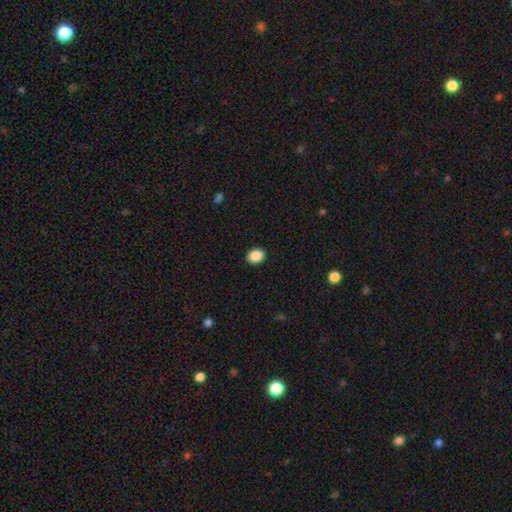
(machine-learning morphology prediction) A smooth galaxy with no disk features (89%) that is in between round and cigar-shaped (56%).

Vote fractions:
- Smooth or featured? smooth: 89% / star or artifact: 8% / featured or disk: 3%
- How rounded? in between: 56% / round: 43% / cigar-shaped: 1%
- Merging? none: 91% / minor disturbance: 6% / major disturbance: 2% / merger: 1%